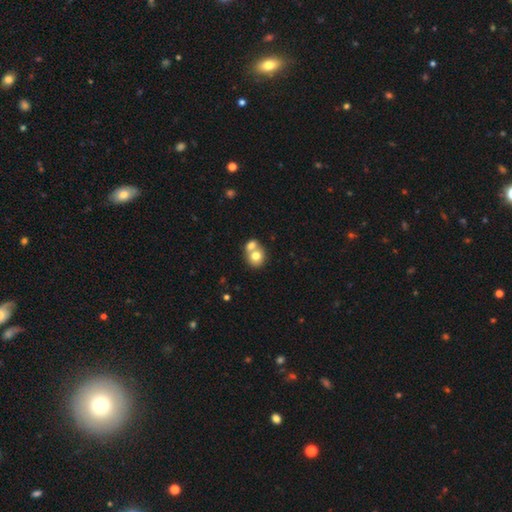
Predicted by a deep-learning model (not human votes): This is likely a smooth galaxy (73%). How rounded: likely round (71%). Merging: likely merger (61%).